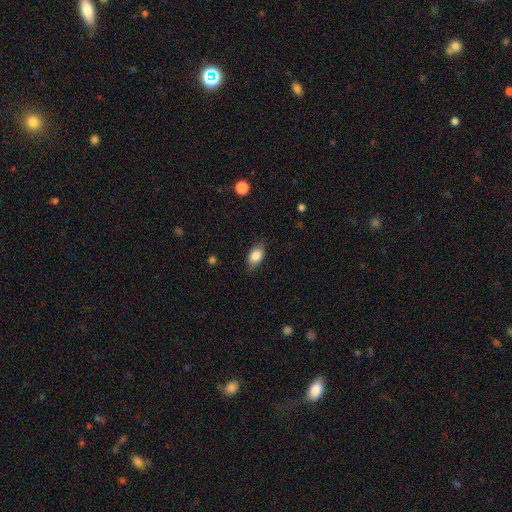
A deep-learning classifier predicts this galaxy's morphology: This is clearly a smooth galaxy (85%). How rounded: clearly in between (87%). Merging: likely none (79%).